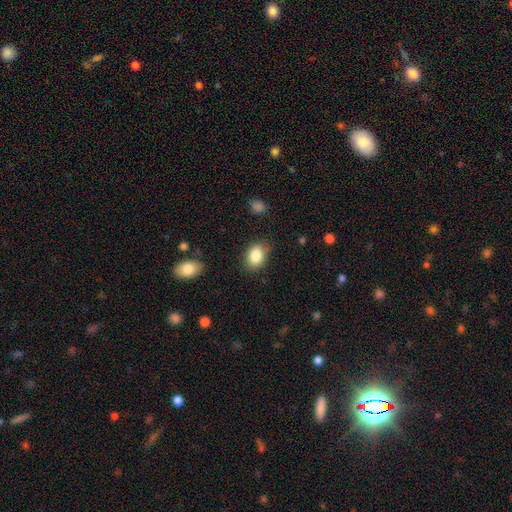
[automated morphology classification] The model was most divided on "how rounded": in between: 69%, round: 30%, cigar-shaped: 1%. More confident: smooth or featured — smooth (85%); merging — none (79%).